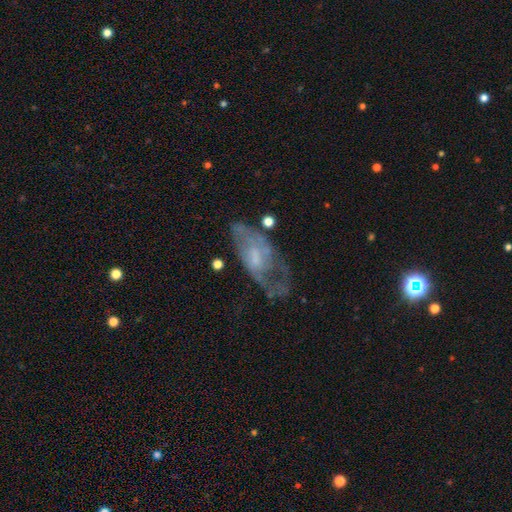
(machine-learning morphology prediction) A featured or disk galaxy (63%) with no bar (57%), spiral arms (54%) and a small central bulge (38%). Merging: none (40%).